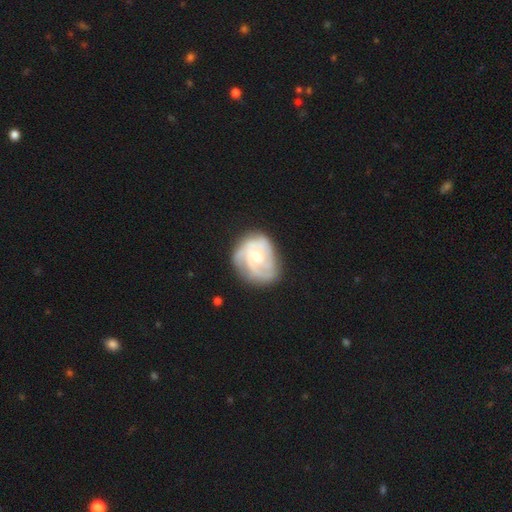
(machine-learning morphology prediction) Smooth or featured?
  - featured or disk: 76% *
  - smooth: 19%
  - star or artifact: 5%
Edge-on disk?
  - no: 98% *
  - yes: 2%
Bar?
  - no: 70% *
  - weak: 25%
  - strong: 4%
Spiral arms?
  - yes: 89% *
  - no: 11%
Spiral winding?
  - tight: 59% *
  - medium: 31%
  - loose: 10%
Spiral arm count?
  - can't tell: 33% *
  - 3: 29%
  - 2: 20%
  - 4: 8%
  - 1: 6%
  - more than 4: 4%
Bulge size?
  - moderate: 55% *
  - small: 36%
  - large: 6%
  - none: 3%
  - dominant: 1%
Merging?
  - none: 64% *
  - minor disturbance: 24%
  - major disturbance: 11%
  - merger: 2%